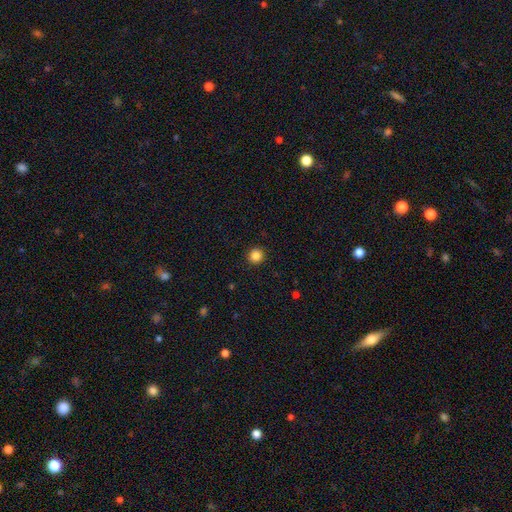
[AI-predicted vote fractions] Q: Smooth or featured?
A: smooth (85%); runner-up: star or artifact (11%)
Q: How rounded?
A: round (94%); runner-up: in between (5%)
Q: Merging?
A: none (93%); runner-up: minor disturbance (4%)